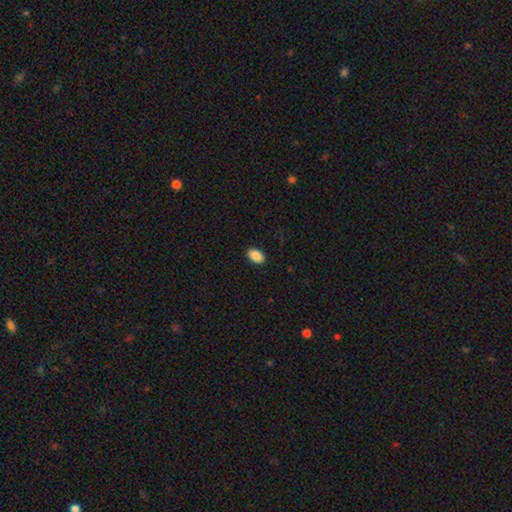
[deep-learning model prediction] A smooth galaxy with no disk features (88%) that is in between round and cigar-shaped (92%).

Vote fractions:
- Smooth or featured? smooth: 88% / star or artifact: 7% / featured or disk: 4%
- How rounded? in between: 92% / round: 7% / cigar-shaped: 1%
- Merging? none: 89% / minor disturbance: 8% / major disturbance: 2% / merger: 1%